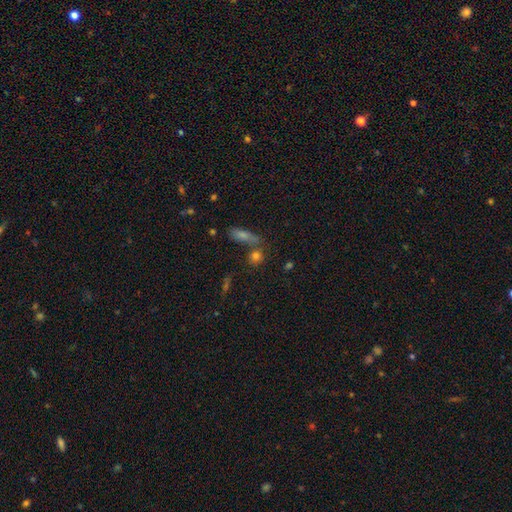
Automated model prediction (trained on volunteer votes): A smooth galaxy with no disk features (69%) that is round (64%). Merging: none (63%).